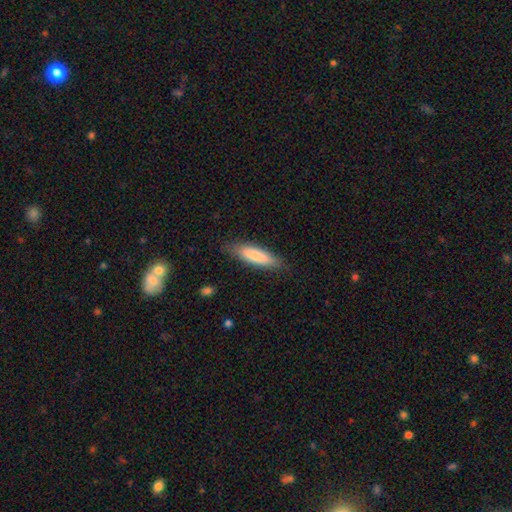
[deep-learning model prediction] Q: Smooth or featured?
A: smooth (83%); runner-up: featured or disk (11%)
Q: How rounded?
A: cigar-shaped (64%); runner-up: in between (35%)
Q: Merging?
A: none (83%); runner-up: minor disturbance (13%)